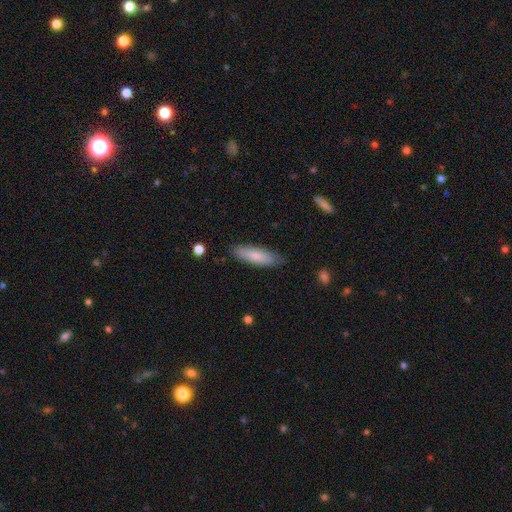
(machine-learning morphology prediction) smooth 79%, featured or disk 15%, star or artifact 6%. Down the decision tree: how rounded — cigar-shaped (52%); merging — none (83%).